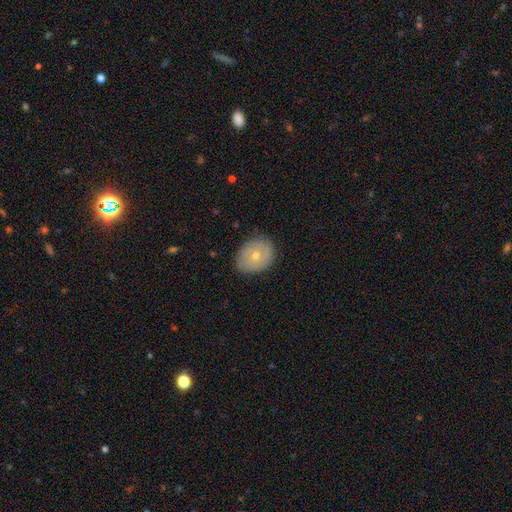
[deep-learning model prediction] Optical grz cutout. It shows a smooth galaxy with no disk features (61%) that is round (51%). Merging: none (83%).